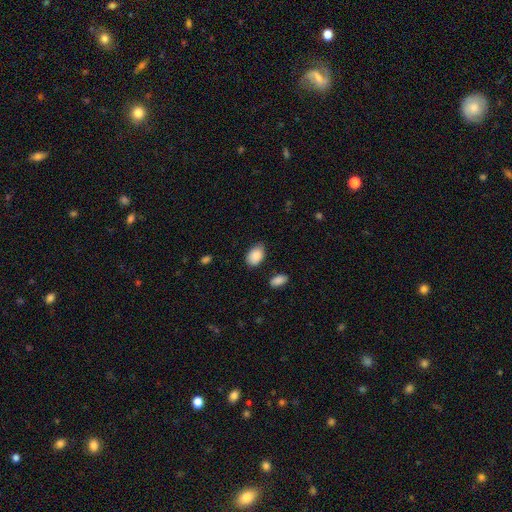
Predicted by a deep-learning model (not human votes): Smooth or featured? smooth (88%)
How rounded? in between (86%)
Merging? none (74%)